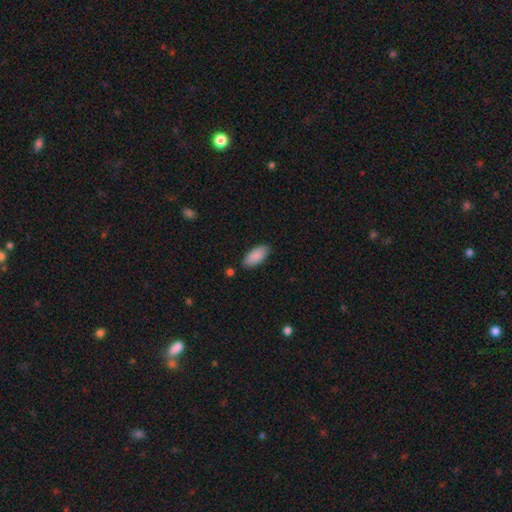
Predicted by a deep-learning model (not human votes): Smooth or featured? smooth (89%)
How rounded? in between (89%)
Merging? none (83%)